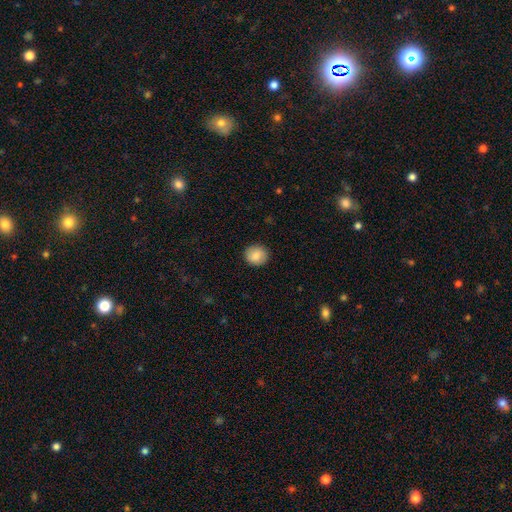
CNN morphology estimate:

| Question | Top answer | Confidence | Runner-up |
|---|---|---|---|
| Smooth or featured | smooth | 86% | star or artifact (8%) |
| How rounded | round | 81% | in between (18%) |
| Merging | none | 90% | minor disturbance (7%) |